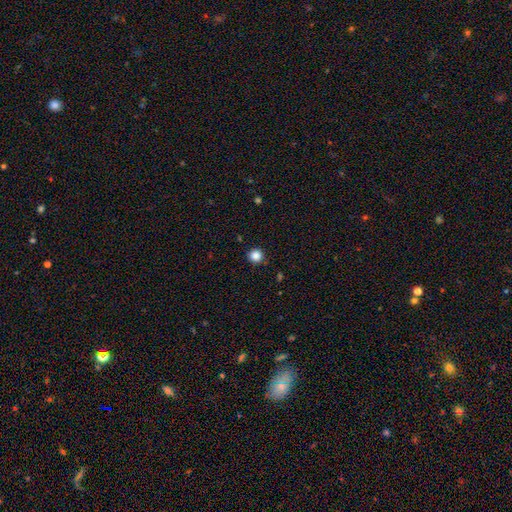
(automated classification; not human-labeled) A smooth galaxy with no disk features (86%) that is round (93%).

Vote fractions:
- Smooth or featured? smooth: 86% / star or artifact: 11% / featured or disk: 3%
- How rounded? round: 93% / in between: 6% / cigar-shaped: 1%
- Merging? none: 90% / minor disturbance: 7% / major disturbance: 2% / merger: 1%